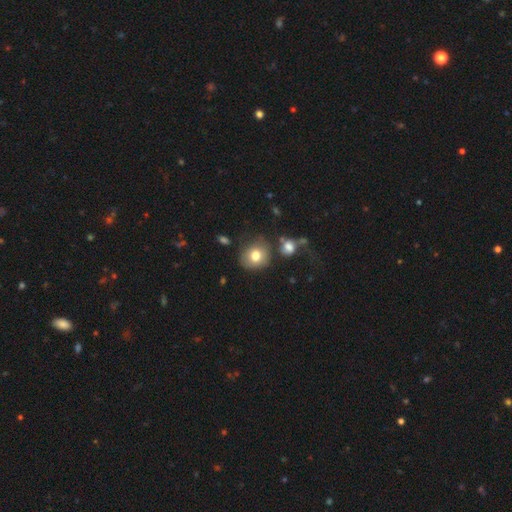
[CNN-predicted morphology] The model was most divided on "how rounded": round: 75%, in between: 24%, cigar-shaped: 1%. More confident: smooth or featured — smooth (78%); merging — none (68%).